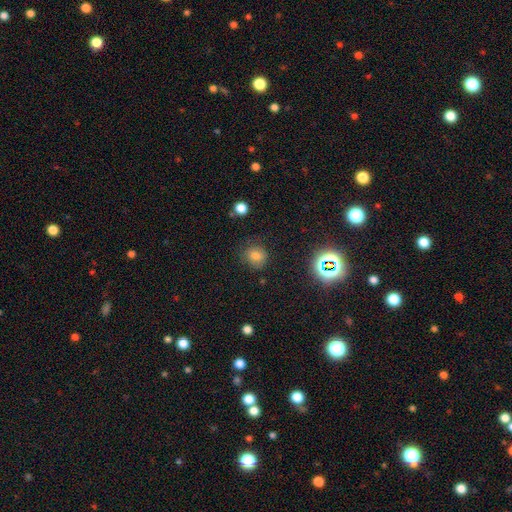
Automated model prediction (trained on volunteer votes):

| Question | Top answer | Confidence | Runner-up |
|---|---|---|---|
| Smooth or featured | smooth | 70% | star or artifact (21%) |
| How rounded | round | 79% | in between (20%) |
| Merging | none | 80% | minor disturbance (14%) |